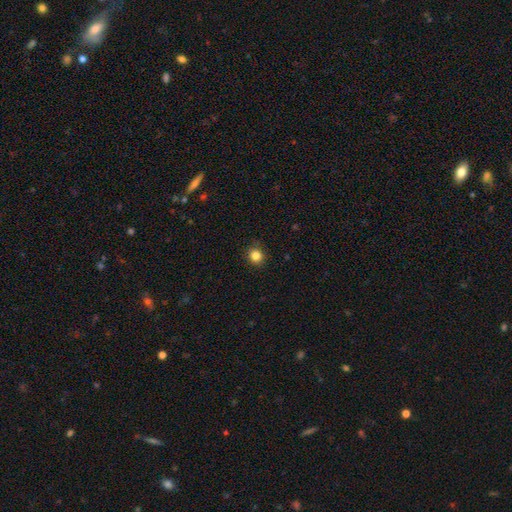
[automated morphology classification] Overall: smooth (84%). How rounded: round (89%). Merging: none (89%).